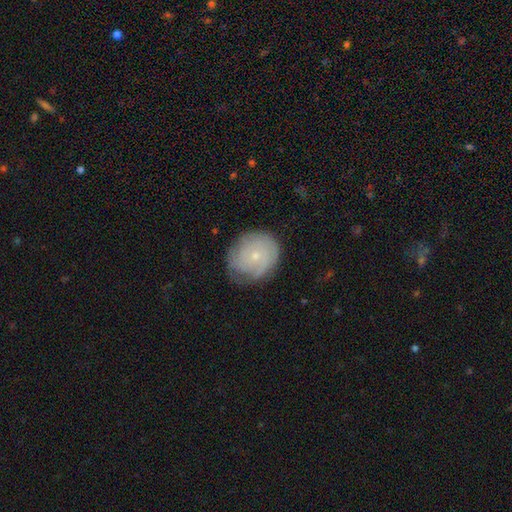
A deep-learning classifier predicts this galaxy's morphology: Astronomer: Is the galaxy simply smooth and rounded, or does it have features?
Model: featured or disk — 57% (runner-up: smooth, 35%).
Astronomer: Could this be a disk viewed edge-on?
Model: no — 97%.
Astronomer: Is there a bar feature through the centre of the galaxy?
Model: no — 84%.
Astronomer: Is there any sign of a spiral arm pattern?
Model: yes — 83%.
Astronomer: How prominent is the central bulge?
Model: small — 79%.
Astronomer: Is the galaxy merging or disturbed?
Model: none — 71%.